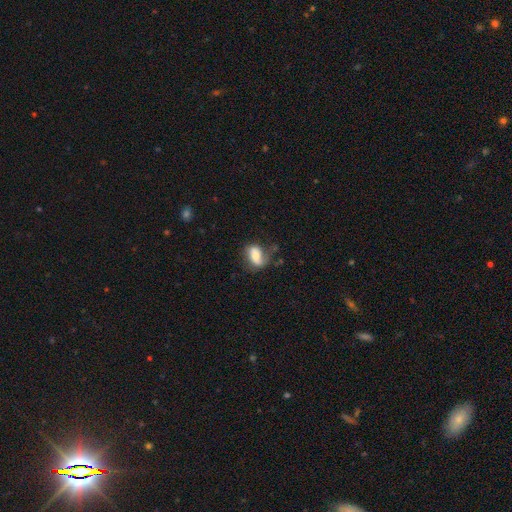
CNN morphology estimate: Smooth or featured? Predicted: smooth (p=0.53). How rounded? Predicted: in between (p=0.82). Merging? Predicted: none (p=0.52).